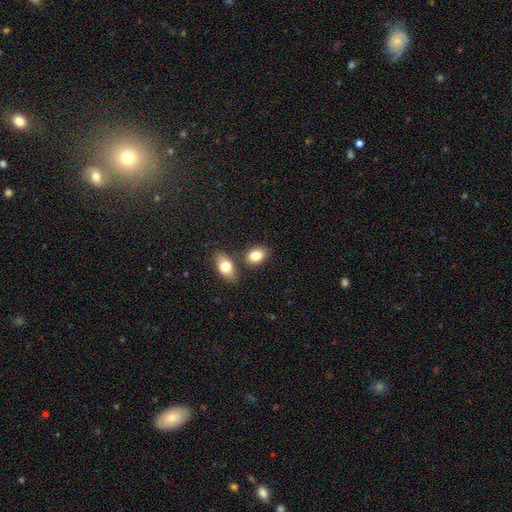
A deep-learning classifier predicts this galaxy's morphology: type=smooth (82%); roundness=in between (77%); merging=none (70%).